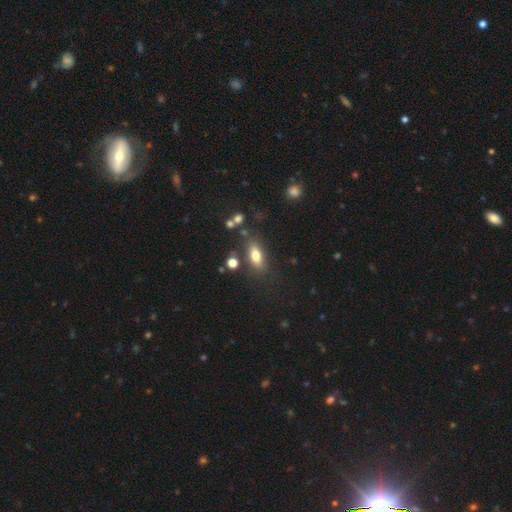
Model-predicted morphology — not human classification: Smooth or featured: smooth — 76% (featured or disk — 14%)
How rounded: in between — 79% (cigar-shaped — 14%)
Merging: none — 74% (minor disturbance — 14%)